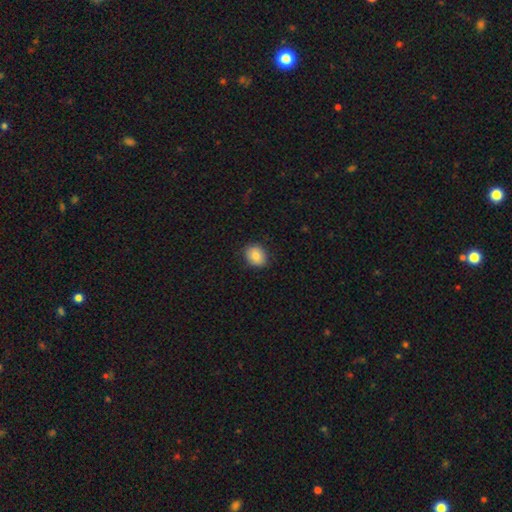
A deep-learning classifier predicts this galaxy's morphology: Overall: smooth (84%). How rounded: round (54%; in between 45%). Merging: none (86%).